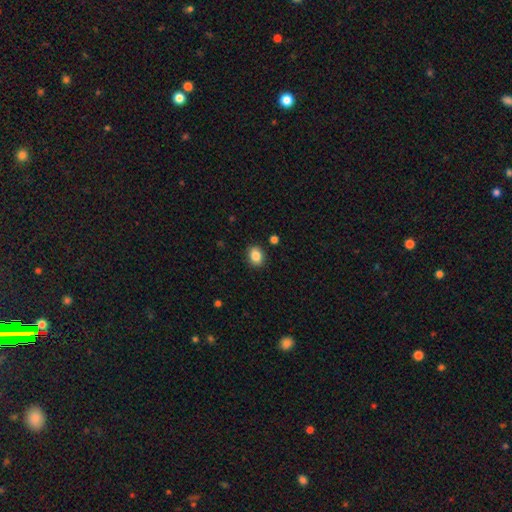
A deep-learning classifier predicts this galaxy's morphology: Overall: smooth (86%). How rounded: in between (56%; round 43%). Merging: none (89%).